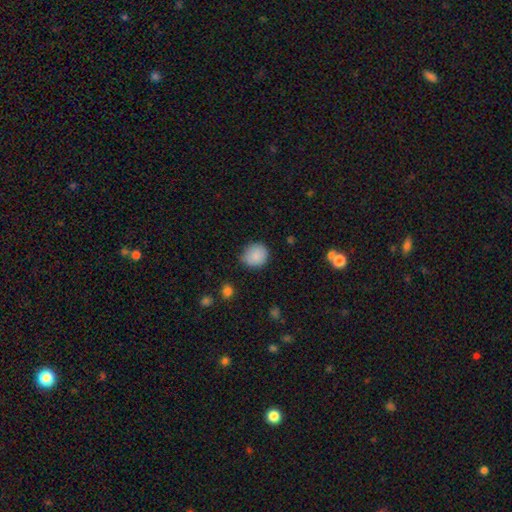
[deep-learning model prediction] Overall: smooth (87%). How rounded: round (84%). Merging: none (75%).